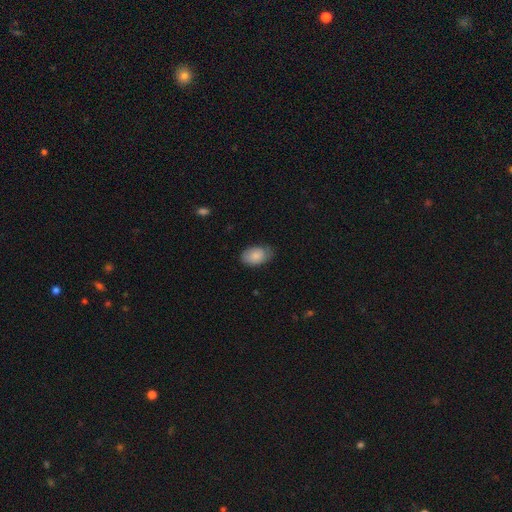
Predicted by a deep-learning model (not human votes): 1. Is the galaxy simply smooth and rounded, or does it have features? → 81% smooth, 13% featured or disk, 6% star or artifact.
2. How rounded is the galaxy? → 88% in between, 11% round, 1% cigar-shaped.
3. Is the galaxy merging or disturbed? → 65% none, 27% minor disturbance, 6% major disturbance, 1% merger.